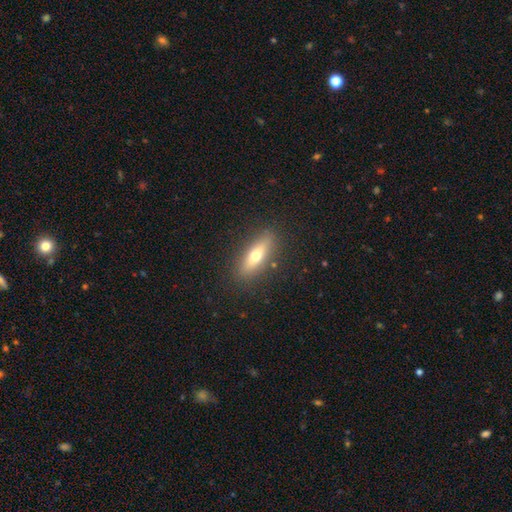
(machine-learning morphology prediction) smooth-or-featured: smooth: 58% | featured or disk: 35% | star or artifact: 7%
  how-rounded: cigar-shaped: 53% | in between: 44% | round: 3%
  merging: none: 87% | minor disturbance: 9% | major disturbance: 3% | merger: 1%